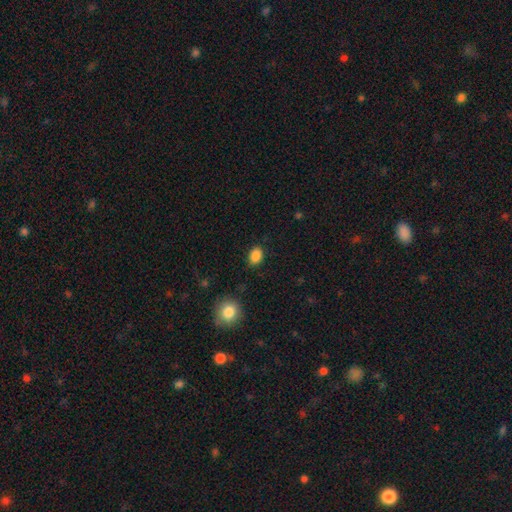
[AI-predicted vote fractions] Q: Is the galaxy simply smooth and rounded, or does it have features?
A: smooth — 87%.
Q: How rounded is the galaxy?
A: in between — 68%.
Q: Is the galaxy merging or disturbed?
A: none — 86%.